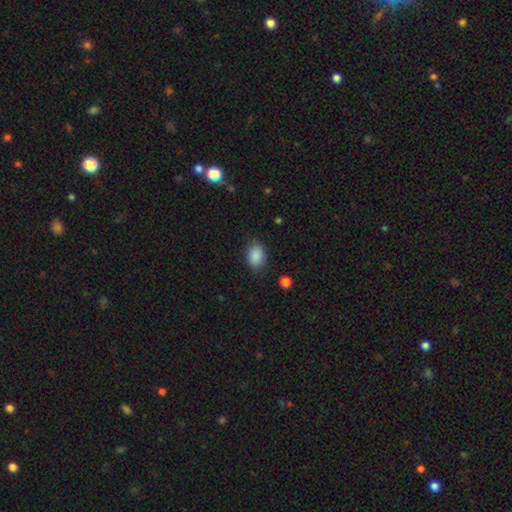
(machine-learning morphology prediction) Smooth or featured? smooth (88%)
How rounded? in between (80%)
Merging? none (81%)